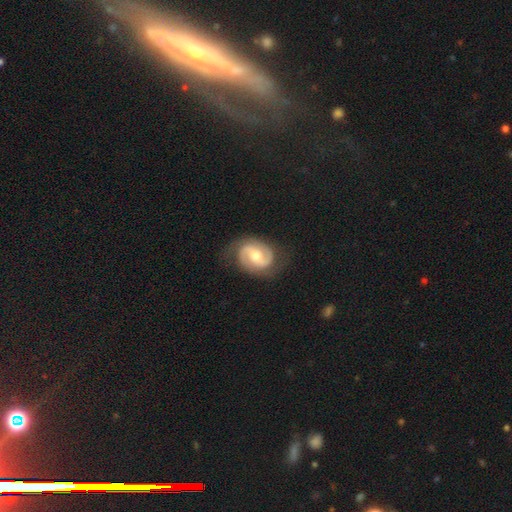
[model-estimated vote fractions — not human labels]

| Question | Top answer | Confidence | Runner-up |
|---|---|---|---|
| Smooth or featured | featured or disk | 87% | smooth (9%) |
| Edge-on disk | no | 98% | yes (2%) |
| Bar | weak | 43% | no (37%) |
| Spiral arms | yes | 96% | no (4%) |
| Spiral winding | medium | 51% | tight (30%) |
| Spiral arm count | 2 | 92% | can't tell (3%) |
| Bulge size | moderate | 70% | small (24%) |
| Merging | none | 78% | minor disturbance (15%) |